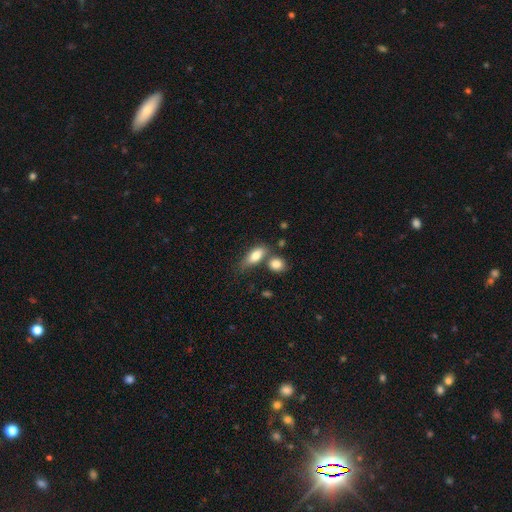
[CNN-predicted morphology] Smooth or featured? smooth (79%)
How rounded? in between (80%)
Merging? none (47%)